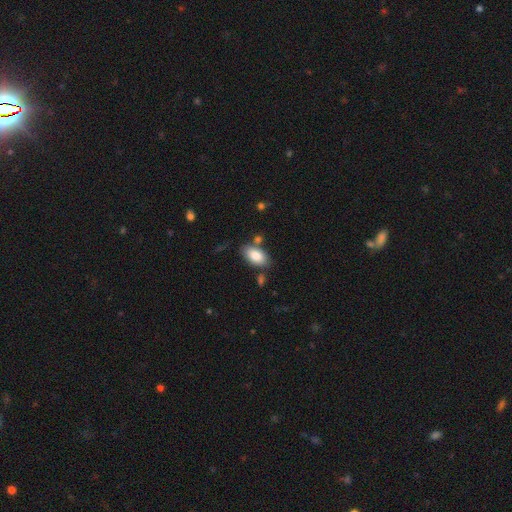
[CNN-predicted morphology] Q: Smooth or featured?
A: smooth (83%); runner-up: featured or disk (10%)
Q: How rounded?
A: in between (94%); runner-up: round (4%)
Q: Merging?
A: none (75%); runner-up: minor disturbance (13%)